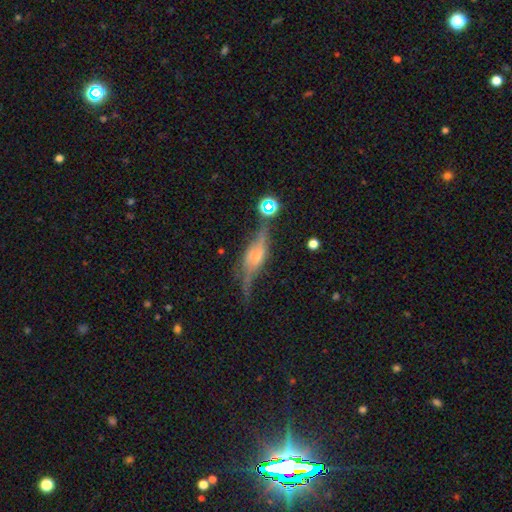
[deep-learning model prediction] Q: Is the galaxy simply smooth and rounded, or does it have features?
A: featured or disk — 75%.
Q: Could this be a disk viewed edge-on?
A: yes — 82%.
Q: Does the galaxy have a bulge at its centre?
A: rounded — 63%.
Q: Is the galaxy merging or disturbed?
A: none — 57%.